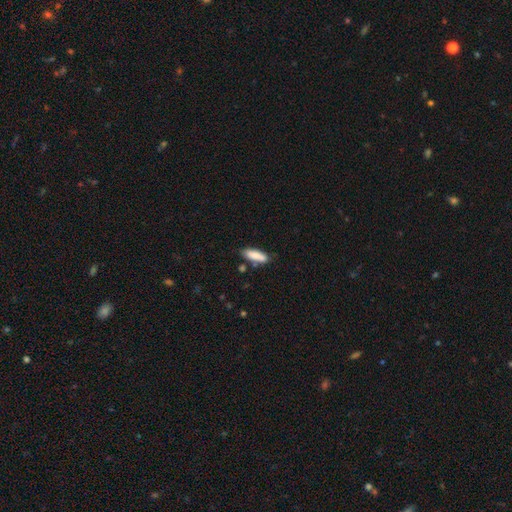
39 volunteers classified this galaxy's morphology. Smooth or featured?
  - smooth: 95% *
  - featured or disk: 3%
  - star or artifact: 3%
How rounded?
  - in between: 73% *
  - cigar-shaped: 27%
  - round: 0%
Merging?
  - none: 71% *
  - minor disturbance: 18%
  - merger: 11%
  - major disturbance: 0%